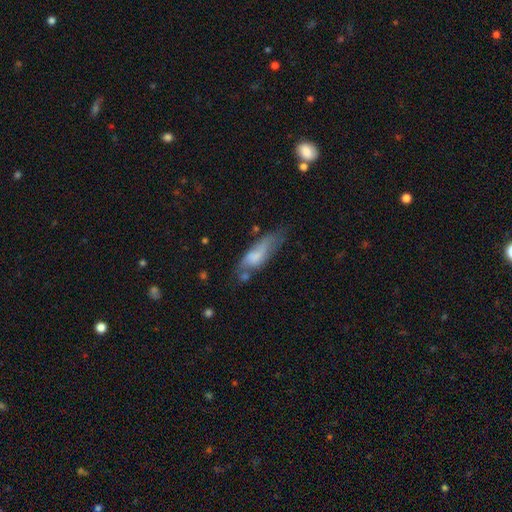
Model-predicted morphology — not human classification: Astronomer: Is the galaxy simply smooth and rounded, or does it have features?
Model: smooth — 63%.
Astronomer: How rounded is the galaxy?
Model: in between — 54% (runner-up: cigar-shaped, 44%).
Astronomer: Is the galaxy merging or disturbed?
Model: none — 40% (runner-up: minor disturbance, 32%).